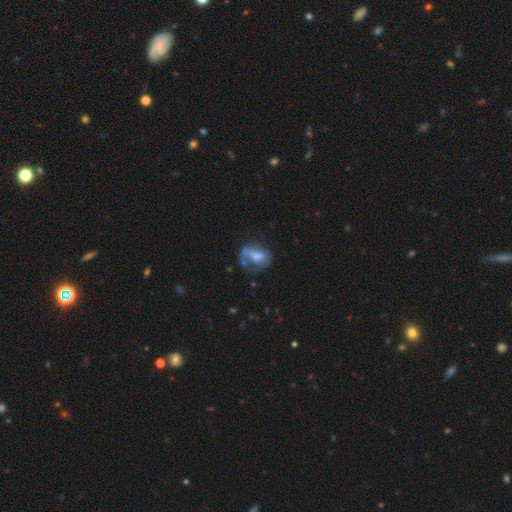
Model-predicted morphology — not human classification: Smooth or featured?
  - smooth: 49% *
  - featured or disk: 40%
  - star or artifact: 10%
Merging?
  - none: 34% *
  - major disturbance: 31%
  - minor disturbance: 24%
  - merger: 10%